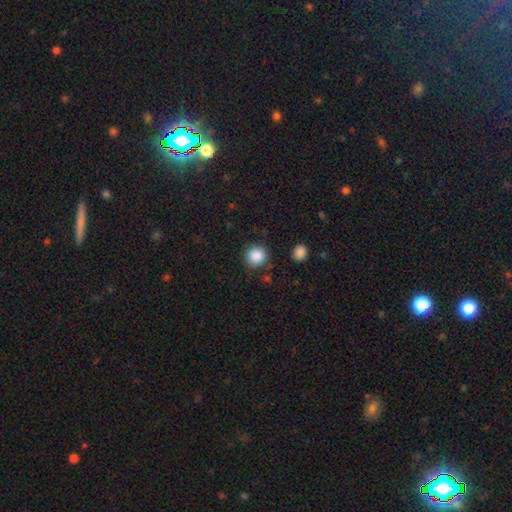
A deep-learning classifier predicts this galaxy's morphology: Smooth or featured? Predicted: smooth (p=0.87). How rounded? Predicted: round (p=0.92). Merging? Predicted: none (p=0.85).